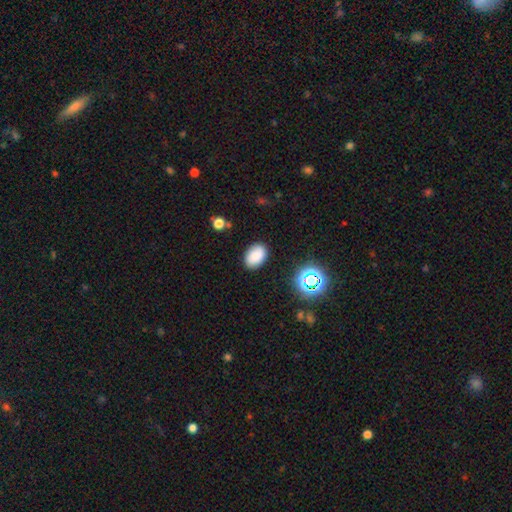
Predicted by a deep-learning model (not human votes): Morphology: type=smooth (84%); roundness=in between (87%); merging=none (86%).